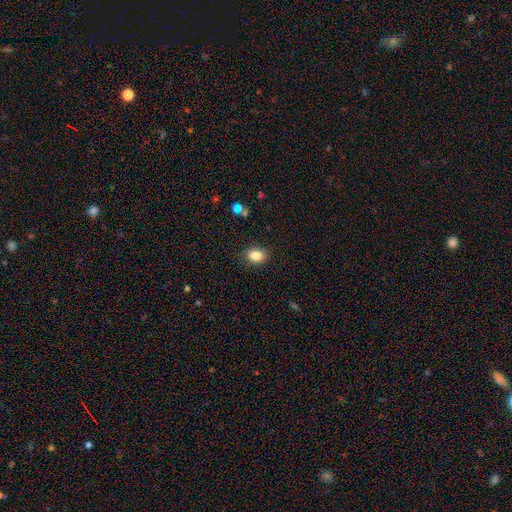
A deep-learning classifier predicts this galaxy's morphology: Smooth or featured? Predicted: smooth (p=0.86). How rounded? Predicted: in between (p=0.76). Merging? Predicted: none (p=0.86).